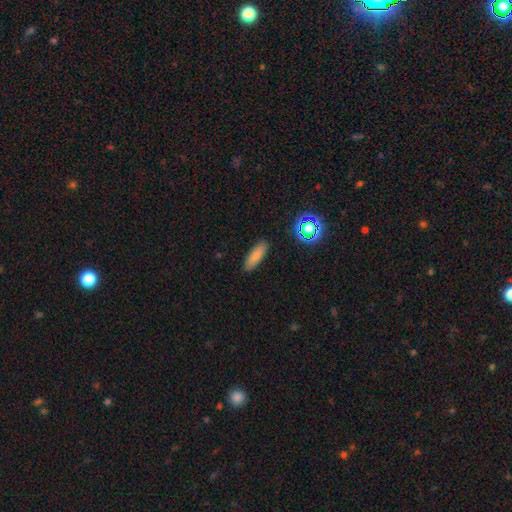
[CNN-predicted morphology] The model was most divided on "how rounded": in between: 56%, cigar-shaped: 41%, round: 3%. More confident: merging — none (88%); smooth or featured — smooth (80%).